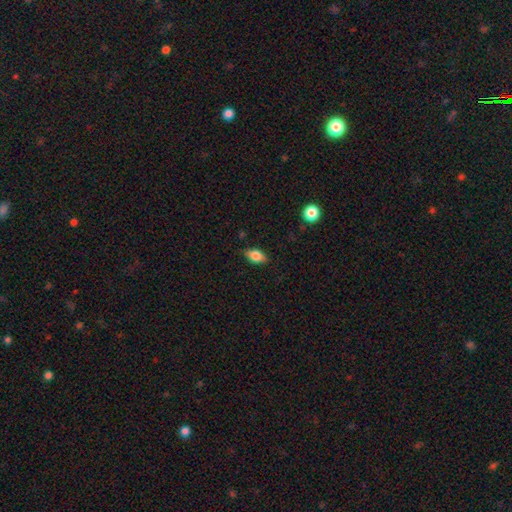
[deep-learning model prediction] Smooth or featured? smooth (79%)
How rounded? in between (86%)
Merging? none (82%)